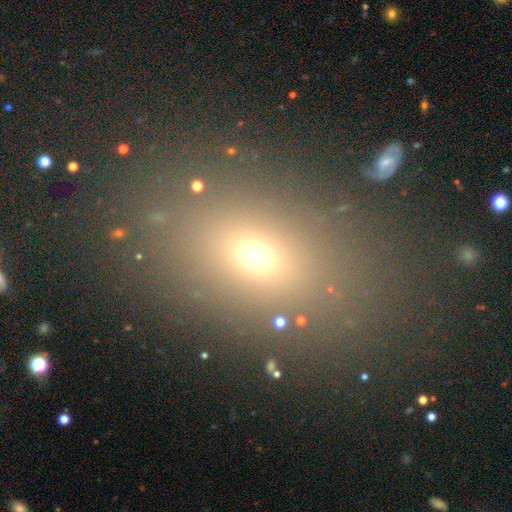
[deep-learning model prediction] A smooth galaxy with no disk features (65%) that is in between round and cigar-shaped (73%).

Vote fractions:
- Smooth or featured? smooth: 65% / star or artifact: 23% / featured or disk: 12%
- How rounded? in between: 73% / round: 23% / cigar-shaped: 4%
- Merging? none: 80% / minor disturbance: 10% / major disturbance: 6% / merger: 4%